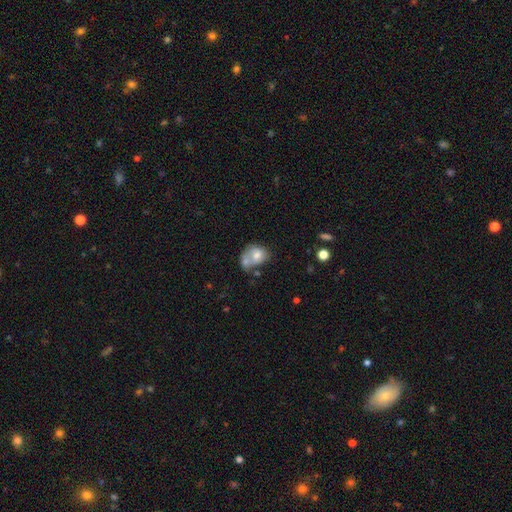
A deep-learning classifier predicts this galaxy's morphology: Smooth or featured? Predicted: smooth (p=0.68). How rounded? Predicted: in between (p=0.56). Merging? Predicted: merger (p=0.53).